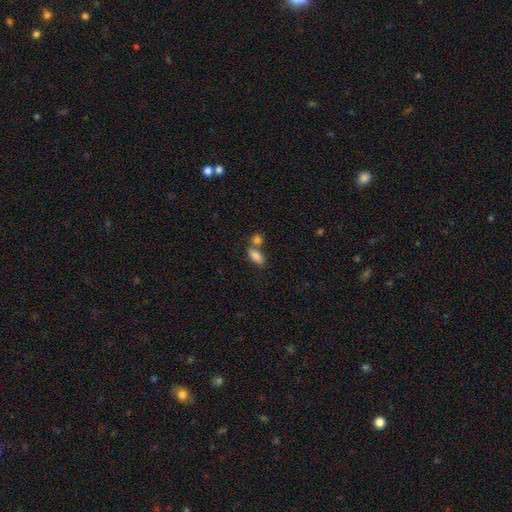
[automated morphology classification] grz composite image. It shows a smooth galaxy with no disk features (84%) that is in between round and cigar-shaped (84%). Merging: none (46%).